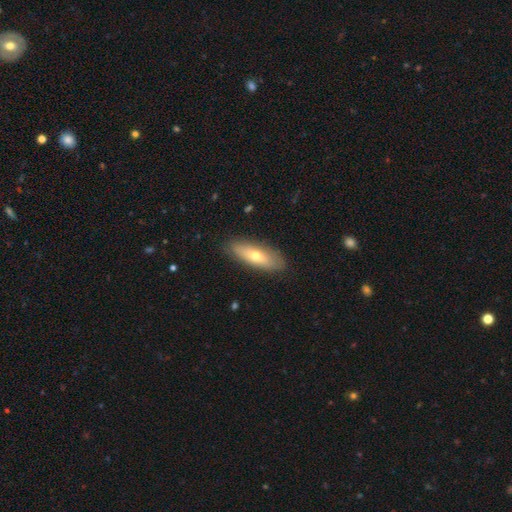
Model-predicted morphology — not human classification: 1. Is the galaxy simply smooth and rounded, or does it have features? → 61% smooth, 32% featured or disk, 6% star or artifact.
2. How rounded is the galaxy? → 51% in between, 46% cigar-shaped, 3% round.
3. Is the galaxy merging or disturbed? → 86% none, 10% minor disturbance, 2% major disturbance, 1% merger.